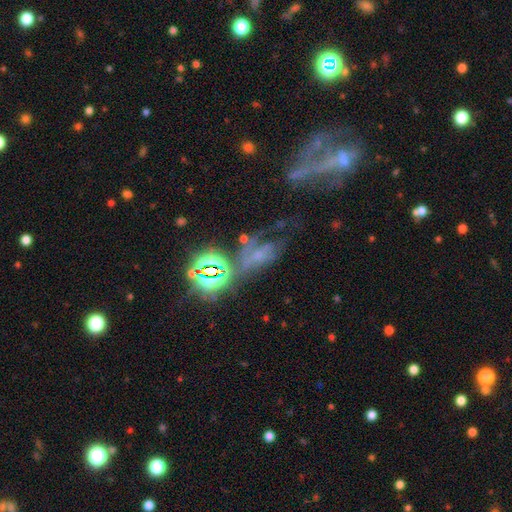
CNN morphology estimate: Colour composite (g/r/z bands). It shows a star or artifact, not a galaxy (43%).